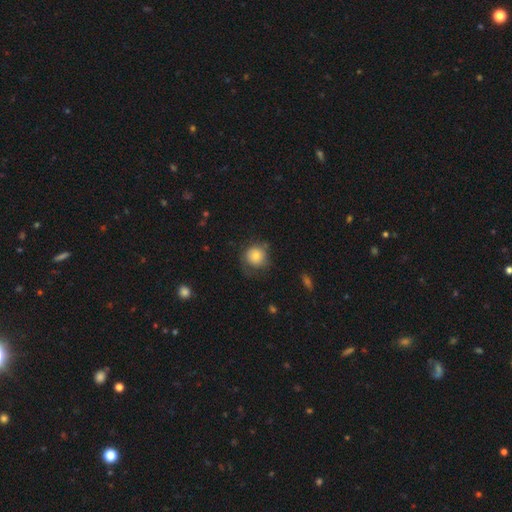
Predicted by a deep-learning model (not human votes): The model was most divided on "merging": none: 59%, minor disturbance: 25%, major disturbance: 14%, merger: 2%. More confident: how rounded — round (87%); smooth or featured — smooth (75%).